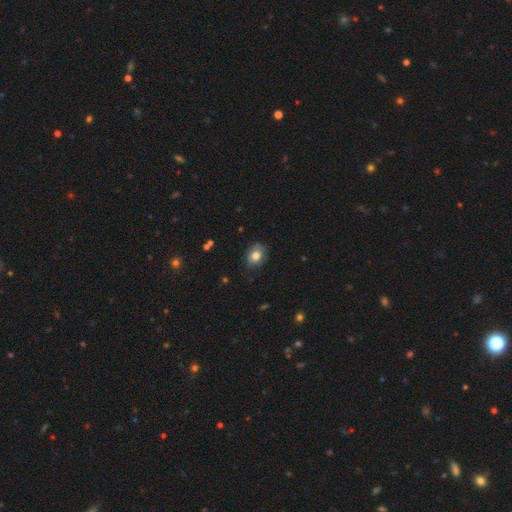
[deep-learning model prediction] This appears to be a smooth galaxy with no disk features (80%) that is in between round and cigar-shaped (60%). Merging: none (77%).